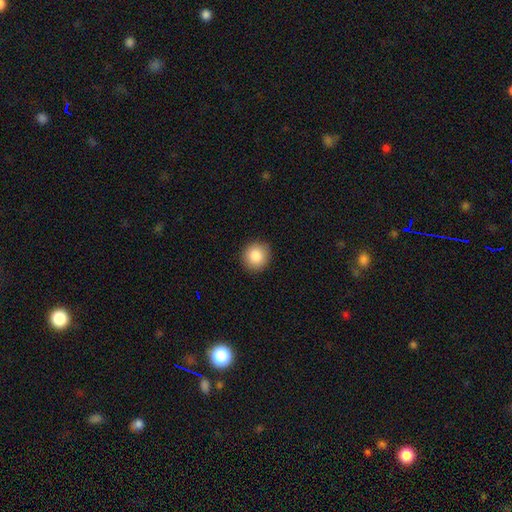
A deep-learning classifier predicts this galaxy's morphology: Q: Smooth or featured?
A: smooth (86%); runner-up: star or artifact (8%)
Q: How rounded?
A: round (91%); runner-up: in between (8%)
Q: Merging?
A: none (92%); runner-up: minor disturbance (5%)